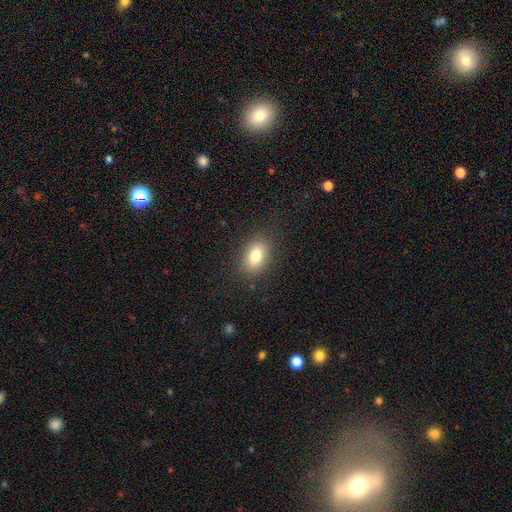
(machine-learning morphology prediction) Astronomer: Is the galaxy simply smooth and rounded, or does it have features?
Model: smooth — 80%.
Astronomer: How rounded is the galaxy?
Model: in between — 78%.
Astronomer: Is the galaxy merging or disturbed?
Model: none — 86%.